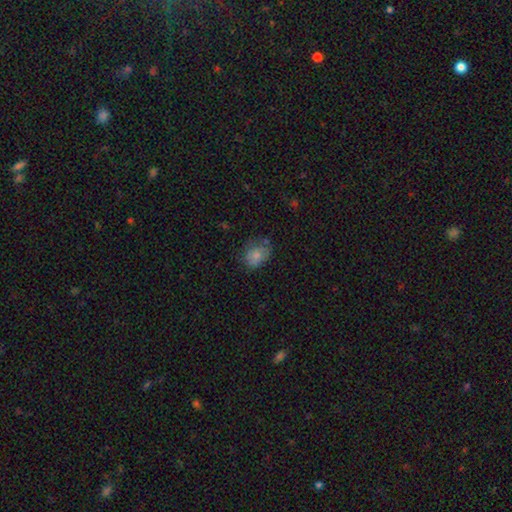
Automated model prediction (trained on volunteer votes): smooth 76%, featured or disk 14%, star or artifact 10%. Down the decision tree: how rounded — in between (62%); merging — none (57%).